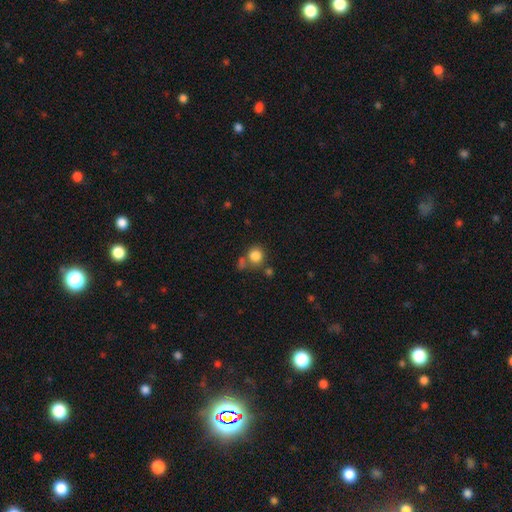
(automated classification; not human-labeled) Smooth or featured? Predicted: smooth (p=0.84). How rounded? Predicted: round (p=0.85). Merging? Predicted: none (p=0.62).